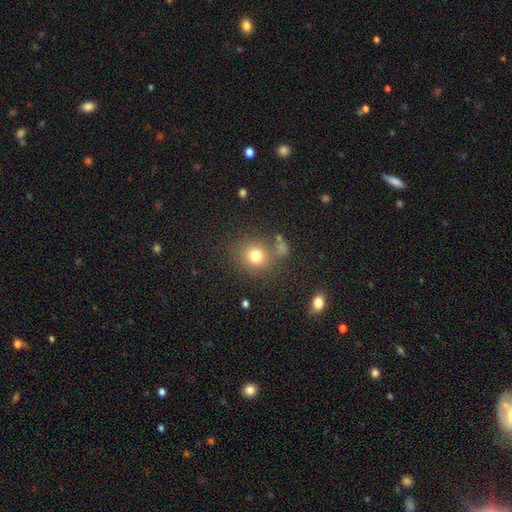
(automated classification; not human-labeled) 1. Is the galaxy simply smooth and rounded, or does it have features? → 77% smooth, 14% star or artifact, 9% featured or disk.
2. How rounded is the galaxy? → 82% round, 17% in between, 1% cigar-shaped.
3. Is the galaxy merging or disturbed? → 74% none, 12% minor disturbance, 9% merger, 5% major disturbance.